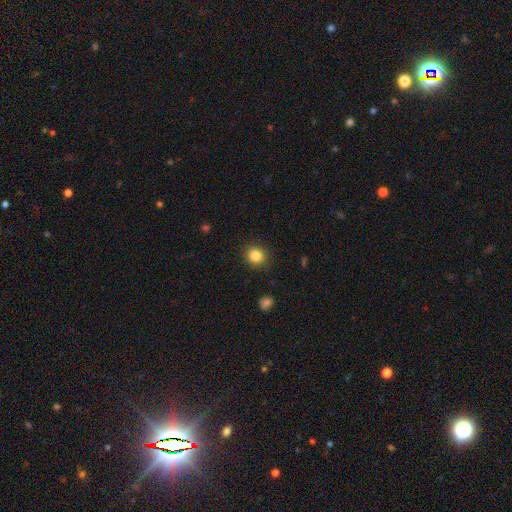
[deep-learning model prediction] A smooth galaxy with no disk features (85%) that is round (83%).

Vote fractions:
- Smooth or featured? smooth: 85% / star or artifact: 10% / featured or disk: 5%
- How rounded? round: 83% / in between: 16% / cigar-shaped: 1%
- Merging? none: 89% / minor disturbance: 7% / major disturbance: 2% / merger: 1%